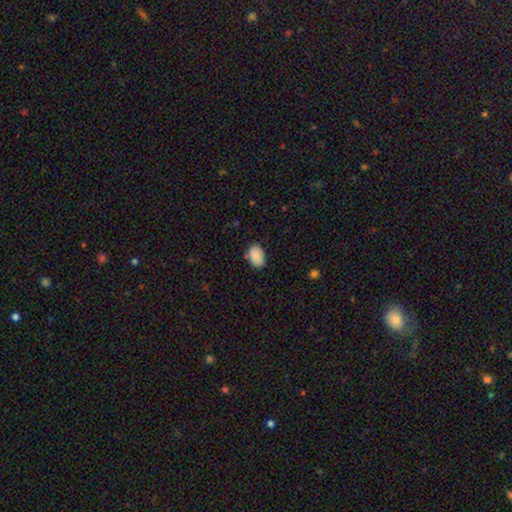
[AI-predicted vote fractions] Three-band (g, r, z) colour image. It shows a smooth galaxy with no disk features (87%) that is in between round and cigar-shaped (88%). Merging: none (76%).